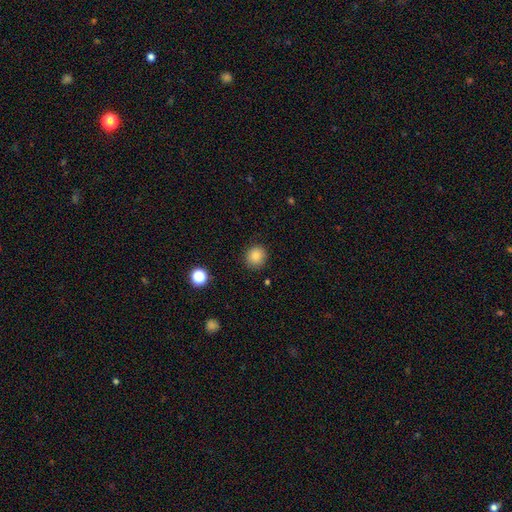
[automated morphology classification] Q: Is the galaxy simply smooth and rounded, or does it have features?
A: smooth — 84%.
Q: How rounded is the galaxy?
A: round — 89%.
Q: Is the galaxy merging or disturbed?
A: none — 89%.